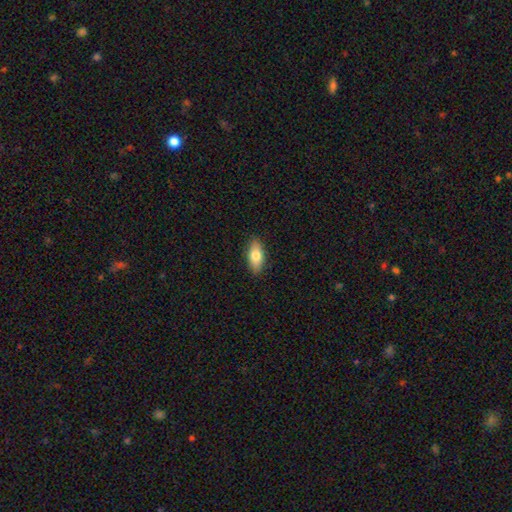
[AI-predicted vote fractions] Smooth or featured?
  - smooth: 77% *
  - featured or disk: 16%
  - star or artifact: 6%
How rounded?
  - in between: 85% *
  - cigar-shaped: 12%
  - round: 3%
Merging?
  - none: 89% *
  - minor disturbance: 8%
  - major disturbance: 2%
  - merger: 1%